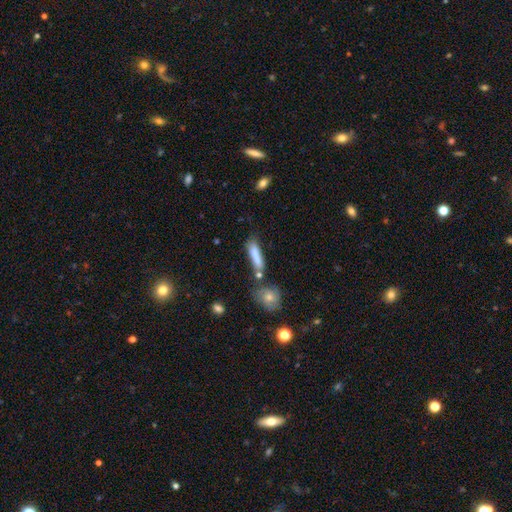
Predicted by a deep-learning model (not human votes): Q: Smooth or featured?
A: smooth (81%); runner-up: featured or disk (12%)
Q: How rounded?
A: cigar-shaped (68%); runner-up: in between (29%)
Q: Merging?
A: none (56%); runner-up: minor disturbance (19%)